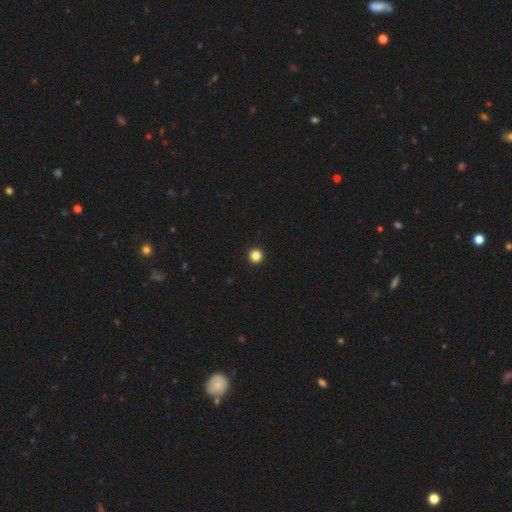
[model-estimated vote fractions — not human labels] Smooth or featured? Predicted: smooth (p=0.85). How rounded? Predicted: round (p=0.97). Merging? Predicted: none (p=0.95).